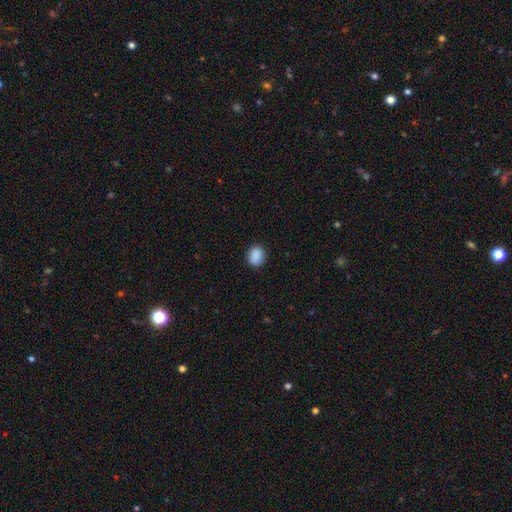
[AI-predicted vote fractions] This is clearly a smooth galaxy (89%). How rounded: possibly round (59%). Merging: clearly none (89%).